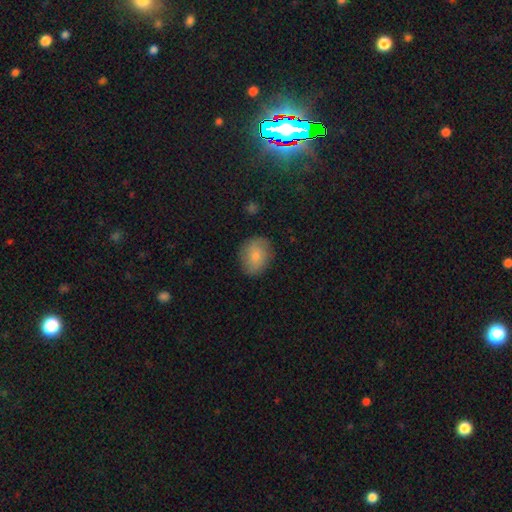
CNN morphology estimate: A smooth galaxy with no disk features (78%) that is round (50%).

Vote fractions:
- Smooth or featured? smooth: 78% / featured or disk: 14% / star or artifact: 7%
- How rounded? round: 50% / in between: 49% / cigar-shaped: 1%
- Merging? none: 82% / minor disturbance: 14% / major disturbance: 3% / merger: 1%